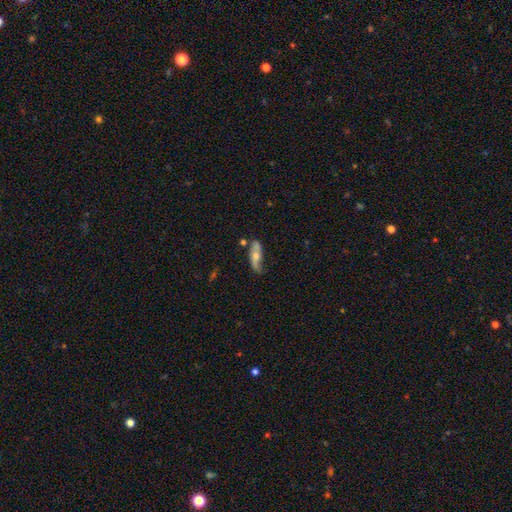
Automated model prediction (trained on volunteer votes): Overall: smooth (50%; featured or disk 44%). Merging: none (53%; minor disturbance 30%).